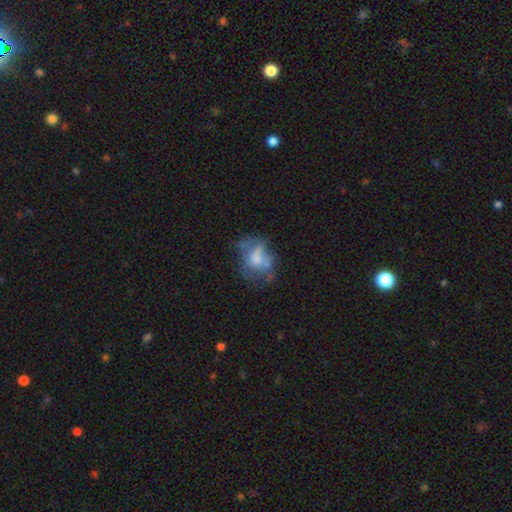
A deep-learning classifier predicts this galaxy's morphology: Smooth or featured?
  - featured or disk: 48% *
  - smooth: 40%
  - star or artifact: 13%
Merging?
  - none: 38% *
  - major disturbance: 29%
  - minor disturbance: 23%
  - merger: 10%